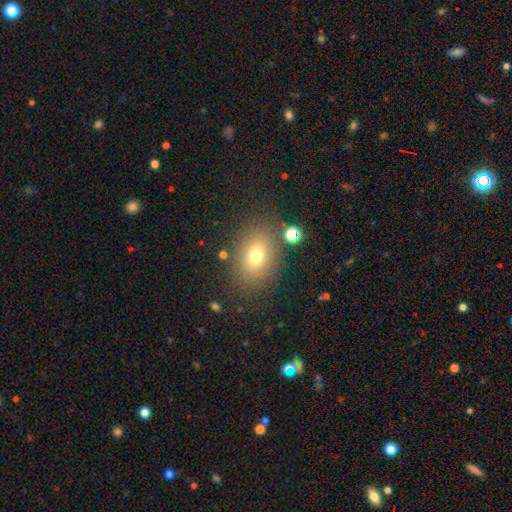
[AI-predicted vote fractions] smooth 70%, featured or disk 15%, star or artifact 15%. Down the decision tree: how rounded — in between (71%); merging — none (81%).